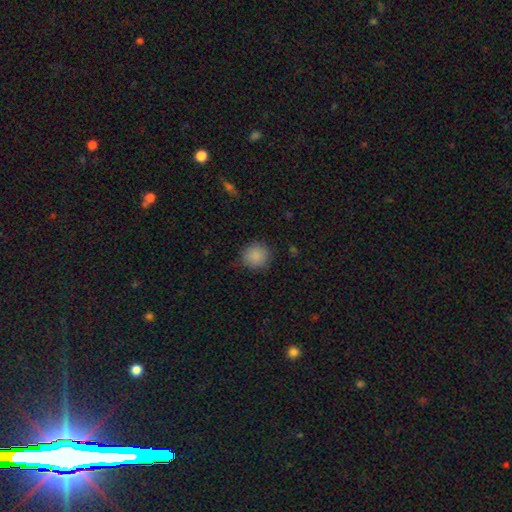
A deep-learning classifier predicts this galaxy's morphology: smooth-or-featured: smooth: 88% | star or artifact: 9% | featured or disk: 4%
  how-rounded: round: 91% | in between: 8% | cigar-shaped: 1%
  merging: none: 88% | minor disturbance: 9% | major disturbance: 3% | merger: 1%